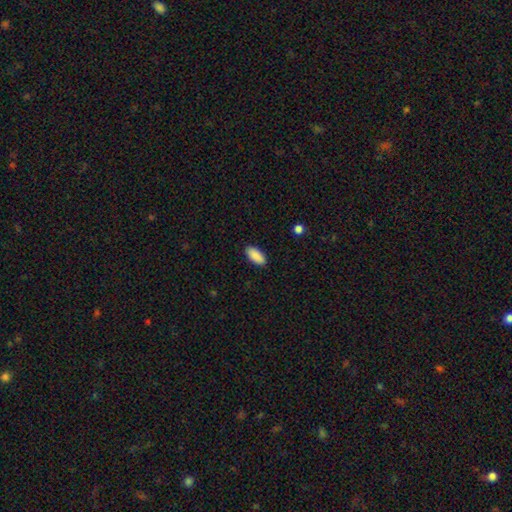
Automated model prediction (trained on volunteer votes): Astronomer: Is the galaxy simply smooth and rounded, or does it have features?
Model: smooth — 91%.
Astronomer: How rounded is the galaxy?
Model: in between — 91%.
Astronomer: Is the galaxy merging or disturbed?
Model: none — 89%.